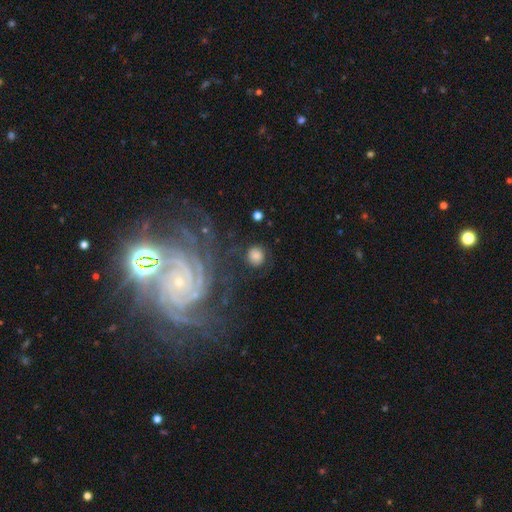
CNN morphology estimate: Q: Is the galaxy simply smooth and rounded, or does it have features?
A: smooth — 69%.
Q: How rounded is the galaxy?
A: round — 88%.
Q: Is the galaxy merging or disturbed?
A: none — 77%.